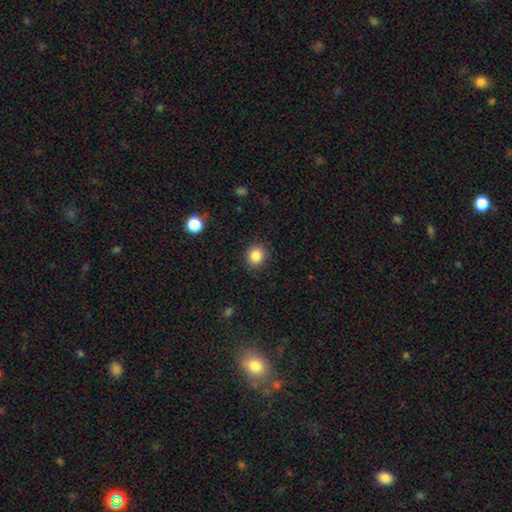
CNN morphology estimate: A smooth galaxy with no disk features (85%) that is round (85%). Merging: none (90%).